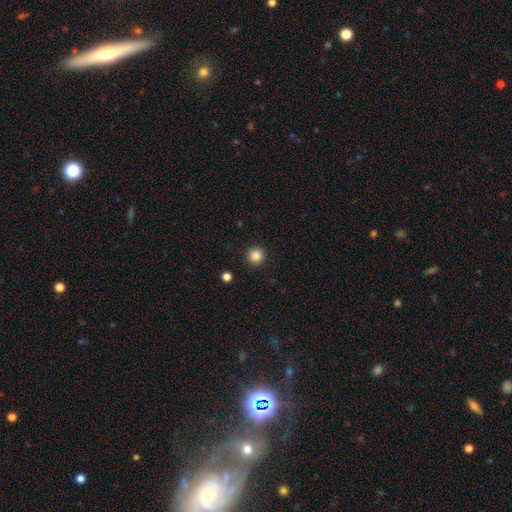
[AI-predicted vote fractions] This is clearly a smooth galaxy (85%). How rounded: clearly round (96%). Merging: clearly none (93%).